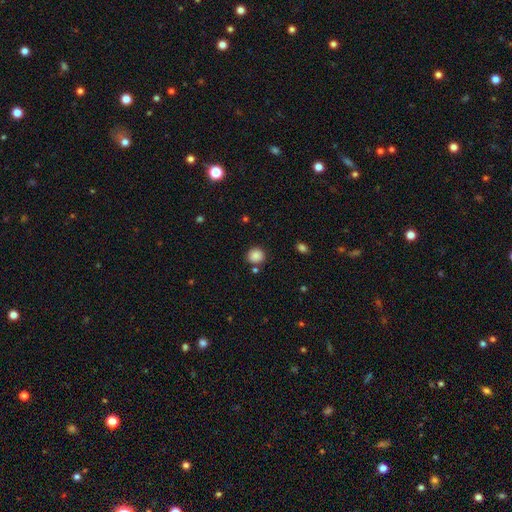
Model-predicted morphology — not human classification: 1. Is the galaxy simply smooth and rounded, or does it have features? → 87% smooth, 10% star or artifact, 4% featured or disk.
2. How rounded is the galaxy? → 89% round, 10% in between, 1% cigar-shaped.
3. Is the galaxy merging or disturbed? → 82% none, 9% minor disturbance, 6% merger, 3% major disturbance.